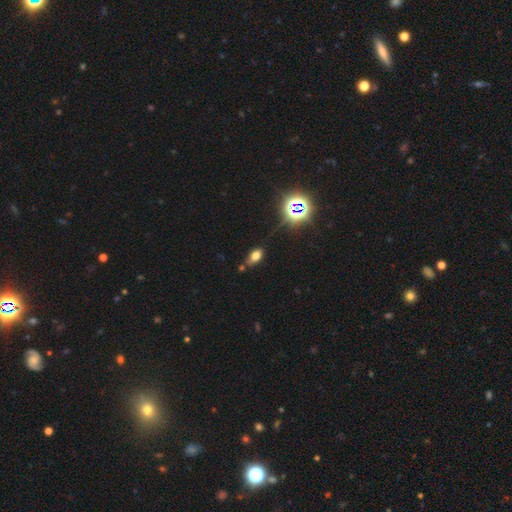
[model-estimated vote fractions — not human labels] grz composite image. It shows a smooth galaxy with no disk features (68%) that is in between round and cigar-shaped (86%). Merging: none (67%).